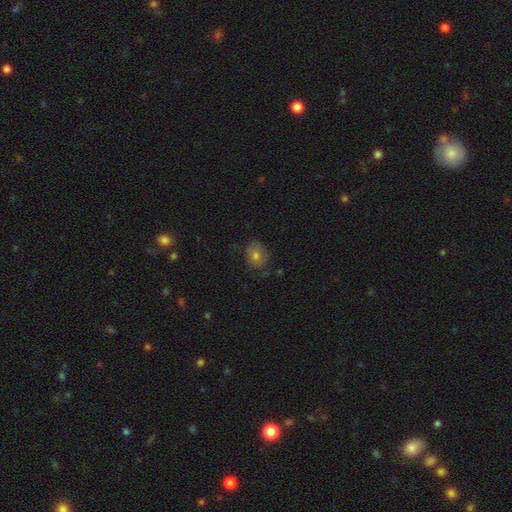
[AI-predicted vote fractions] smooth-or-featured: smooth: 73% | featured or disk: 16% | star or artifact: 11%
  how-rounded: round: 66% | in between: 33% | cigar-shaped: 1%
  merging: none: 66% | minor disturbance: 24% | major disturbance: 8% | merger: 2%